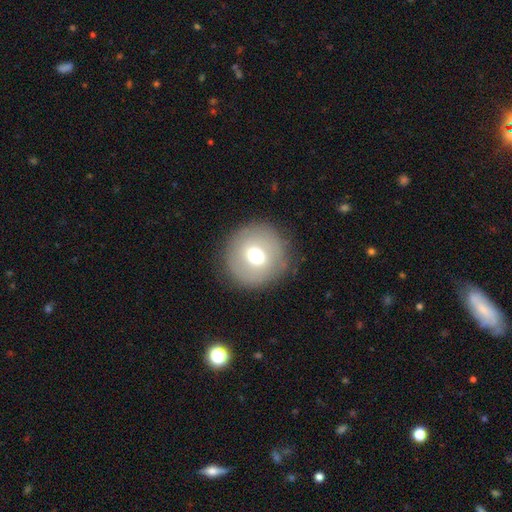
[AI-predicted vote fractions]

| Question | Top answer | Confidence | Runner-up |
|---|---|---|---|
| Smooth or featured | smooth | 64% | featured or disk (25%) |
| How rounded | round | 94% | in between (5%) |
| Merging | none | 88% | minor disturbance (7%) |